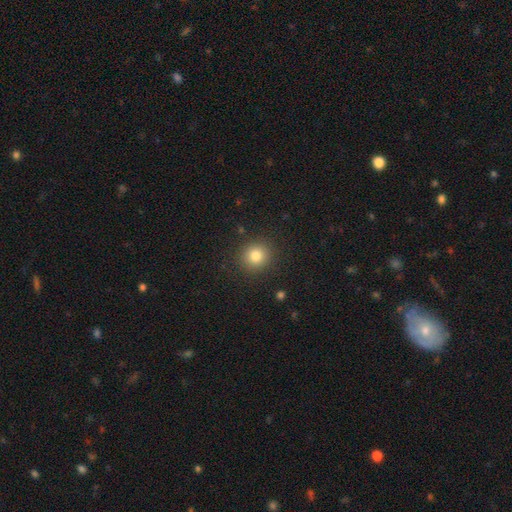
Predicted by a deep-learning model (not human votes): A smooth galaxy with no disk features (82%) that is round (89%). Merging: none (89%).